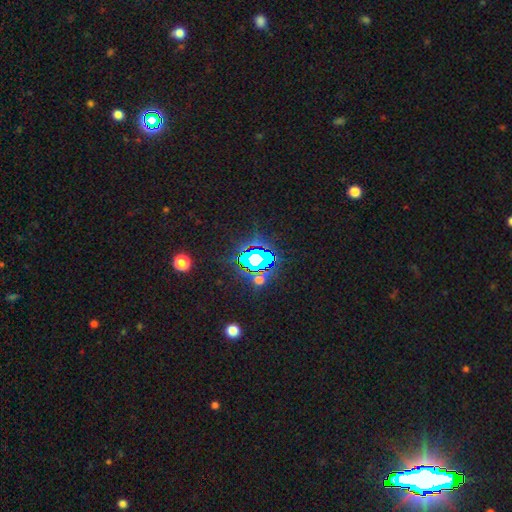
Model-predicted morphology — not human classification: type=star or artifact (70%).